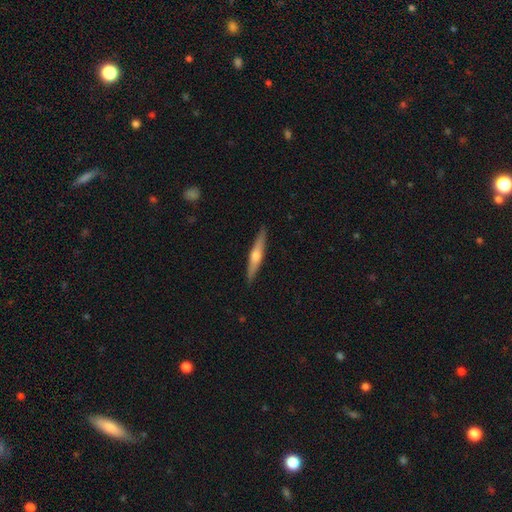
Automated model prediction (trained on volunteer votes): smooth_or_featured: featured or disk (p=0.62) [alt: smooth p=0.33]
disk_edge_on: yes (p=0.97) [alt: no p=0.03]
edge_on_bulge: rounded (p=0.90) [alt: none p=0.06]
merging: none (p=0.91) [alt: minor disturbance p=0.07]